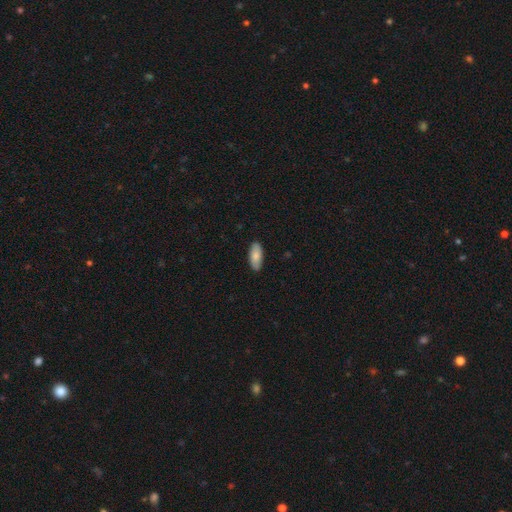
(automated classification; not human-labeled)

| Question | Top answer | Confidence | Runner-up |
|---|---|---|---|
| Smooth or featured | smooth | 83% | featured or disk (12%) |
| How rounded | in between | 86% | cigar-shaped (12%) |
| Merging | none | 88% | minor disturbance (9%) |